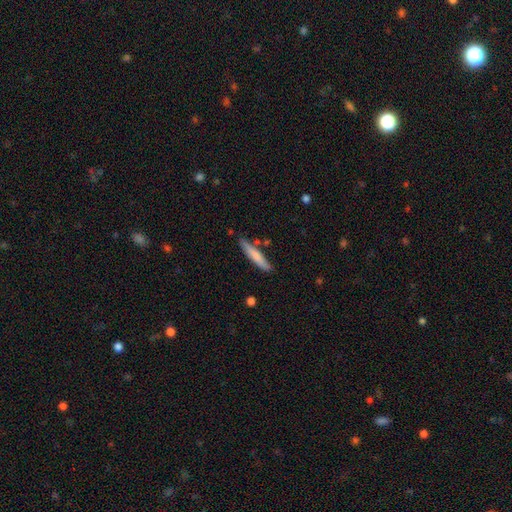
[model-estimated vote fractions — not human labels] The model was most divided on "smooth or featured": smooth: 73%, featured or disk: 22%, star or artifact: 5%. More confident: how rounded — cigar-shaped (91%); merging — none (80%).